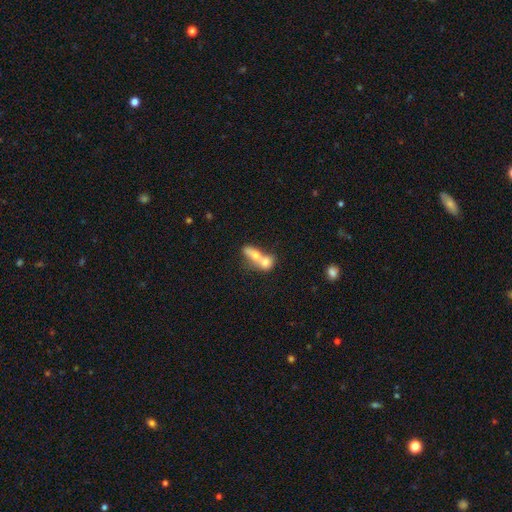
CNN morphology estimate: Smooth or featured? Predicted: smooth (p=0.65). How rounded? Predicted: in between (p=0.59). Merging? Predicted: merger (p=0.76).